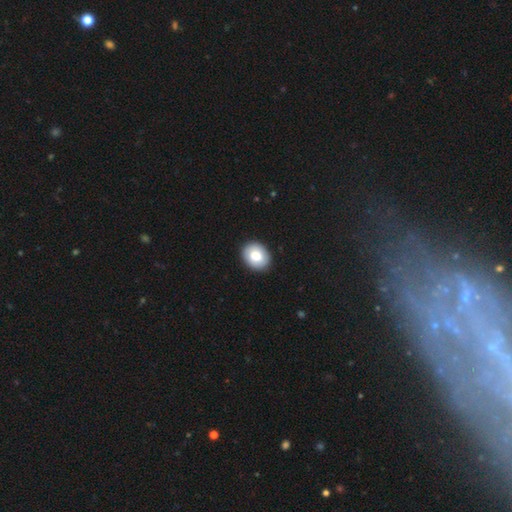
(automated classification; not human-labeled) Smooth or featured? Predicted: smooth (p=0.77). How rounded? Predicted: round (p=0.53). Merging? Predicted: none (p=0.90).